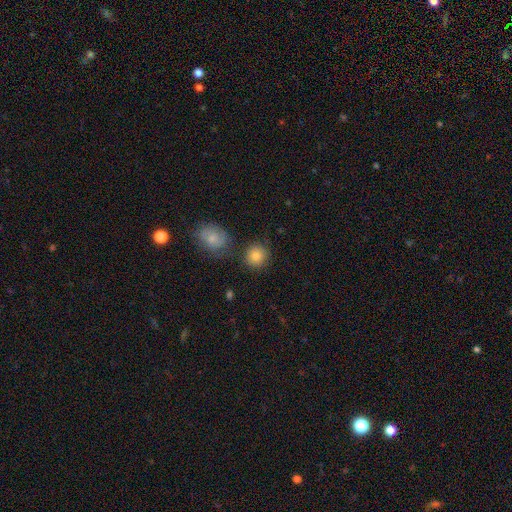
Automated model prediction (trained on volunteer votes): A smooth galaxy with no disk features (84%) that is round (88%).

Vote fractions:
- Smooth or featured? smooth: 84% / star or artifact: 9% / featured or disk: 7%
- How rounded? round: 88% / in between: 11% / cigar-shaped: 1%
- Merging? none: 79% / minor disturbance: 10% / merger: 8% / major disturbance: 3%